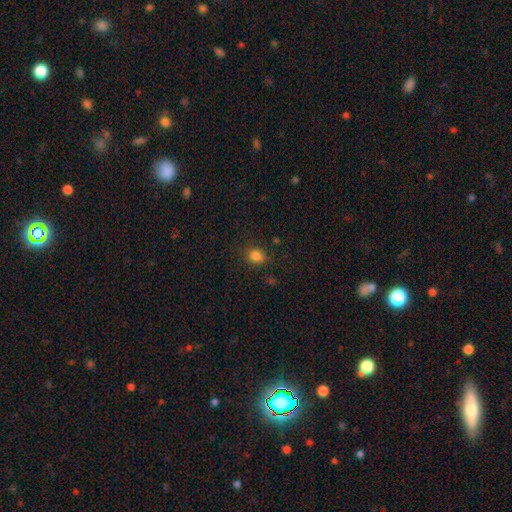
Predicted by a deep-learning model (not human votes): Overall: smooth (82%). How rounded: round (63%; in between 36%). Merging: none (82%).